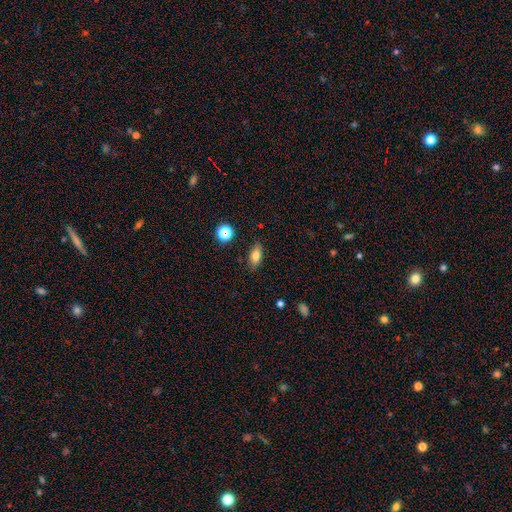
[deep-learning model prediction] Overall: smooth (76%). How rounded: in between (81%). Merging: none (85%).